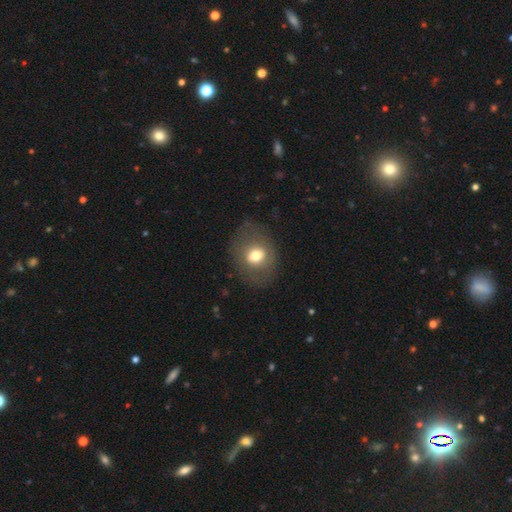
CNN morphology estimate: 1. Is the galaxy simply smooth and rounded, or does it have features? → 63% smooth, 28% featured or disk, 9% star or artifact.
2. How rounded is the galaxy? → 50% round, 49% in between, 1% cigar-shaped.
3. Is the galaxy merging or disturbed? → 76% none, 14% minor disturbance, 8% major disturbance, 1% merger.